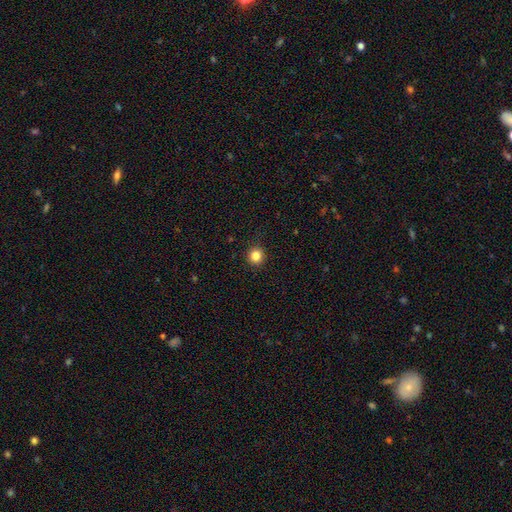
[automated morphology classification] type=smooth (84%); roundness=round (89%); merging=none (91%).